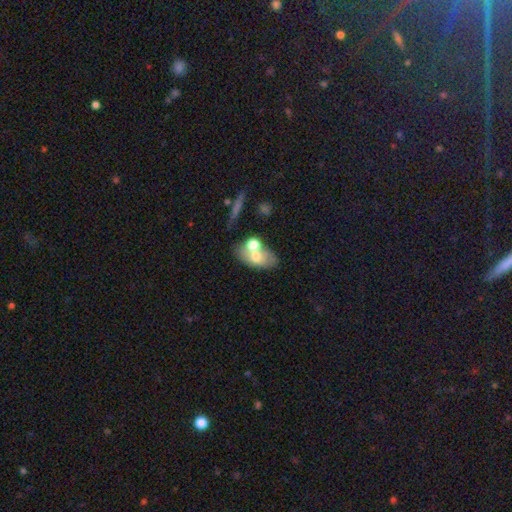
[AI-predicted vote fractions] Smooth or featured?
  - smooth: 61% *
  - featured or disk: 30%
  - star or artifact: 9%
How rounded?
  - in between: 84% *
  - round: 13%
  - cigar-shaped: 3%
Merging?
  - none: 43% *
  - merger: 39%
  - minor disturbance: 12%
  - major disturbance: 6%